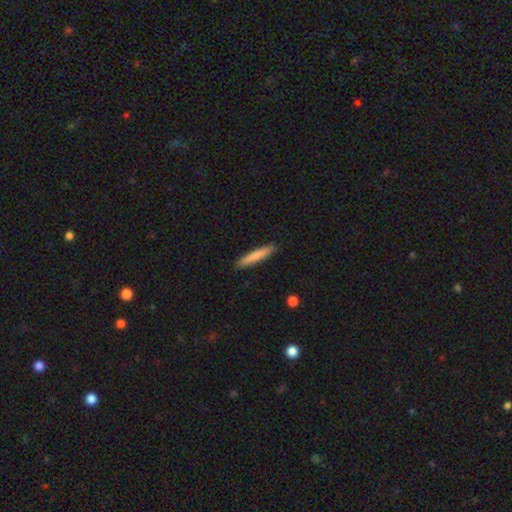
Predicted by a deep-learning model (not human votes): Overall: smooth (79%). How rounded: cigar-shaped (93%). Merging: none (91%).